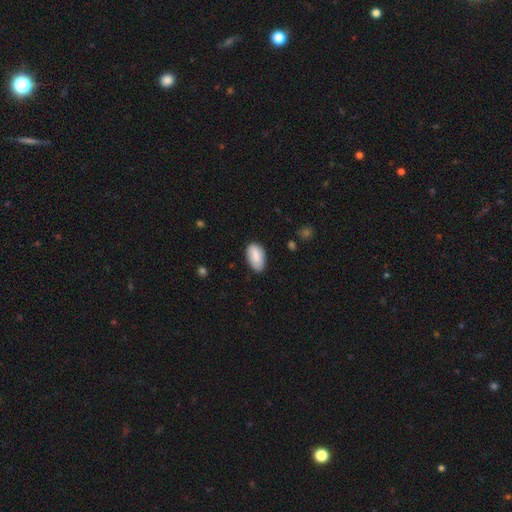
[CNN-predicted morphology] Smooth or featured? smooth (85%)
How rounded? in between (95%)
Merging? none (77%)